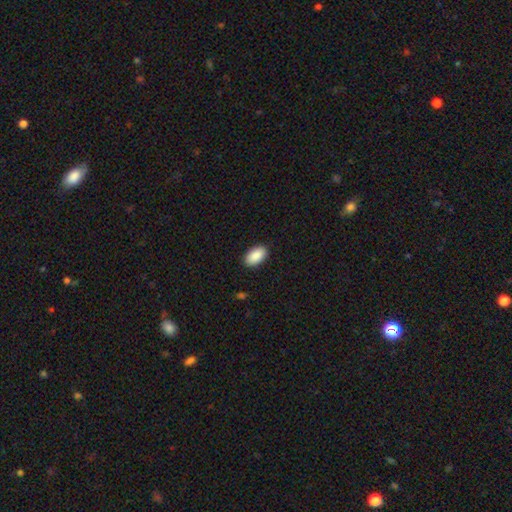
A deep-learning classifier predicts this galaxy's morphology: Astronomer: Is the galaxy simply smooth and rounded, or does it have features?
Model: smooth — 91%.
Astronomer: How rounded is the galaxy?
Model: in between — 95%.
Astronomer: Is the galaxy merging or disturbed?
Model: none — 90%.